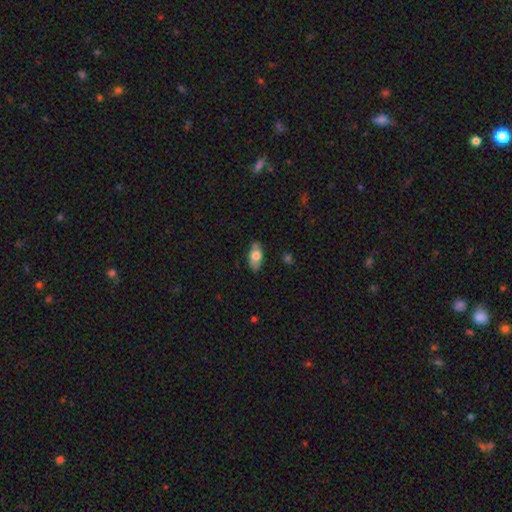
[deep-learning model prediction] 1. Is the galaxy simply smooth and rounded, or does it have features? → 69% smooth, 25% featured or disk, 6% star or artifact.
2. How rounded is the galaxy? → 89% in between, 7% cigar-shaped, 4% round.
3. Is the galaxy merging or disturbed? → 84% none, 13% minor disturbance, 2% major disturbance, 1% merger.